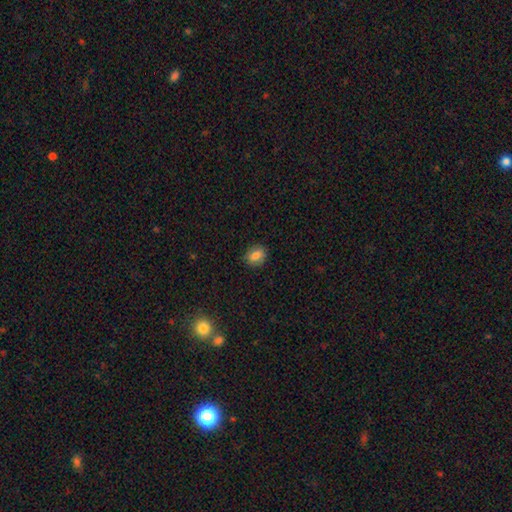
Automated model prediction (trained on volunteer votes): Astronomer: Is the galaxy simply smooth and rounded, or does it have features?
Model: smooth — 81%.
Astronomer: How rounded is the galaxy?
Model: in between — 56% (runner-up: round, 43%).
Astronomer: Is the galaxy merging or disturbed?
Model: none — 83%.